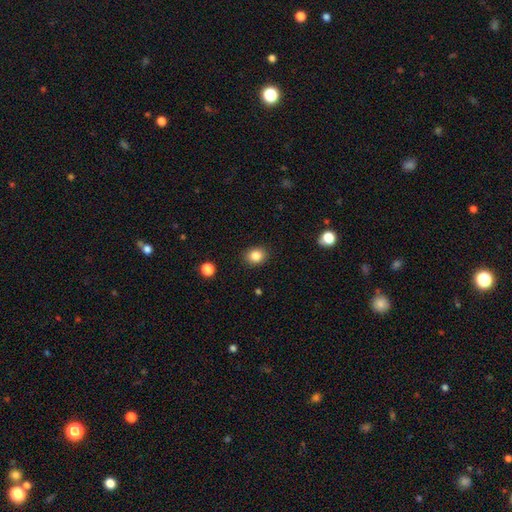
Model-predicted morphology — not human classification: Overall: smooth (85%). How rounded: round (57%; in between 42%). Merging: none (89%).